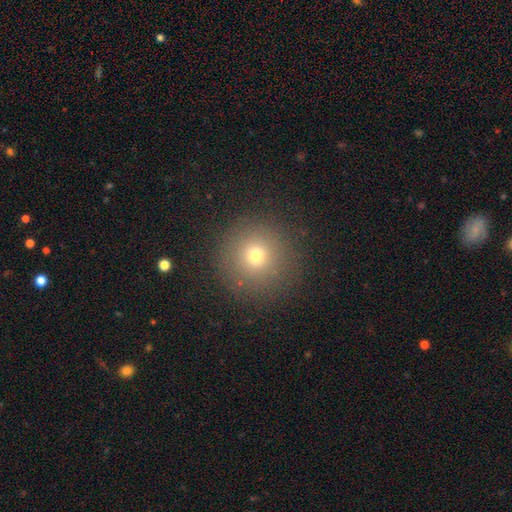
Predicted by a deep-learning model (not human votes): smooth 71%, star or artifact 18%, featured or disk 11%. Down the decision tree: how rounded — round (96%); merging — none (89%).